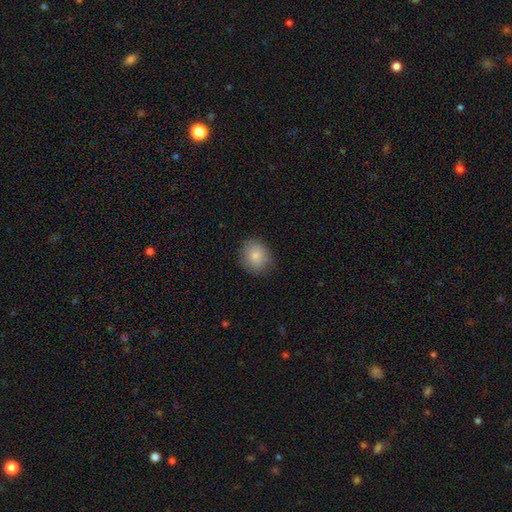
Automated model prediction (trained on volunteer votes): Smooth or featured?
  - smooth: 85% *
  - star or artifact: 8%
  - featured or disk: 8%
How rounded?
  - round: 70% *
  - in between: 29%
  - cigar-shaped: 1%
Merging?
  - none: 83% *
  - minor disturbance: 12%
  - major disturbance: 3%
  - merger: 1%